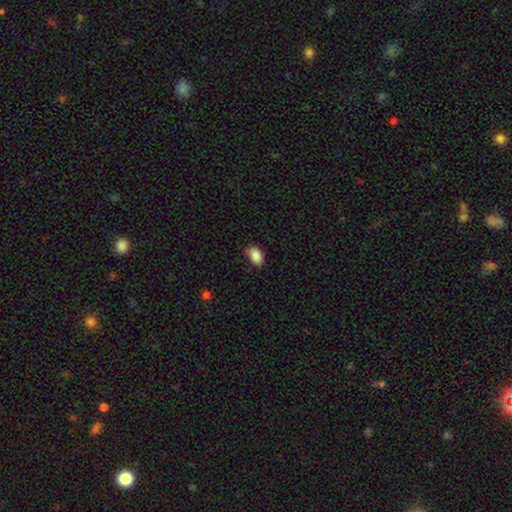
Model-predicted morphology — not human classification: A smooth galaxy with no disk features (89%) that is in between round and cigar-shaped (90%). Merging: none (79%).